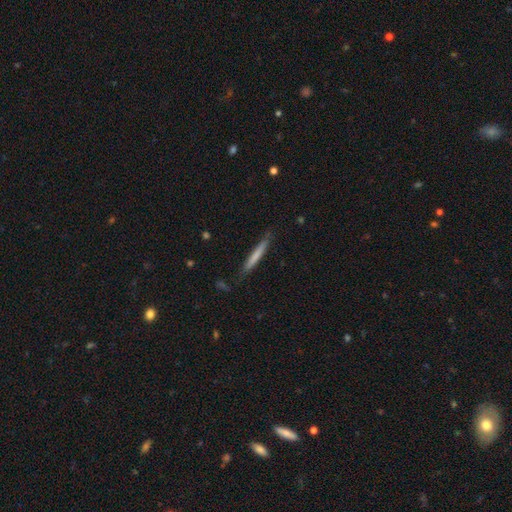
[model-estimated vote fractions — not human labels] smooth 67%, featured or disk 27%, star or artifact 5%. Down the decision tree: how rounded — cigar-shaped (96%); merging — none (81%).